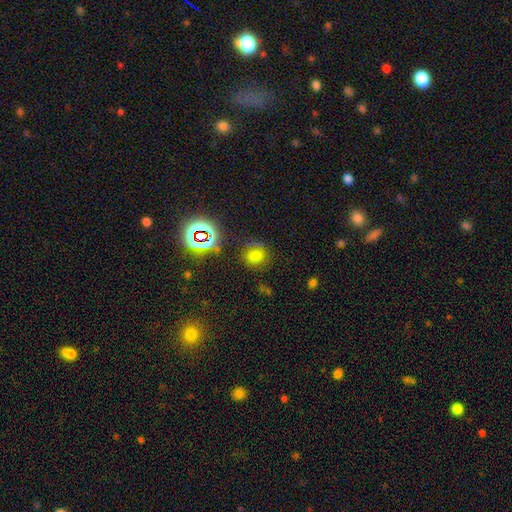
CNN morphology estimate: Q: Smooth or featured?
A: smooth (58%); runner-up: star or artifact (30%)
Q: How rounded?
A: round (60%); runner-up: in between (38%)
Q: Merging?
A: none (70%); runner-up: minor disturbance (18%)